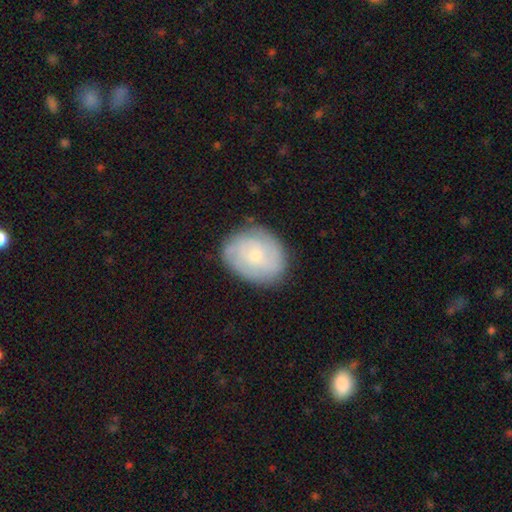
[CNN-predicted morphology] The model was most divided on "smooth or featured": featured or disk: 56%, smooth: 37%, star or artifact: 7%. More confident: edge-on disk — no (97%); spiral arms — yes (80%); merging — none (78%); bar — no (76%); bulge size — small (63%).